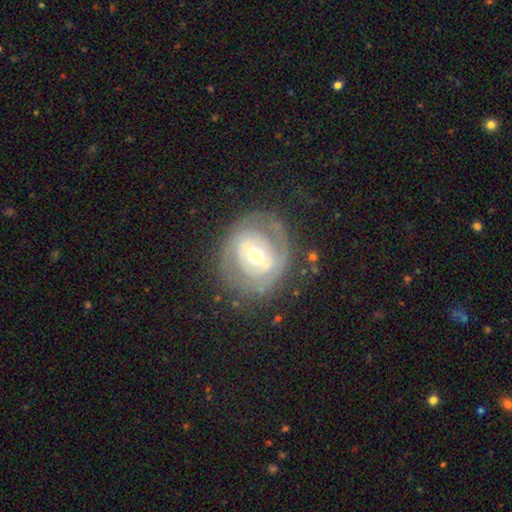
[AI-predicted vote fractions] smooth-or-featured: featured or disk: 68% | smooth: 26% | star or artifact: 6%
  disk-edge-on: no: 95% | yes: 5%
    bar: weak: 39% | no: 35% | strong: 26%
    has-spiral-arms: no: 54% | yes: 46%
    bulge-size: moderate: 69% | small: 21% | large: 9% | dominant: 1% | none: 1%
  merging: none: 71% | minor disturbance: 17% | major disturbance: 10% | merger: 2%